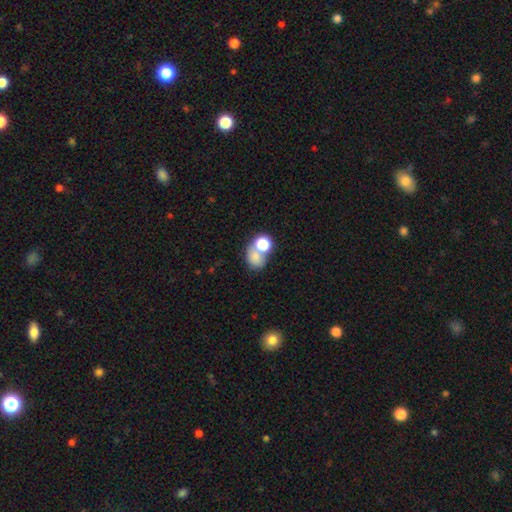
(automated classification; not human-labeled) smooth 72%, star or artifact 16%, featured or disk 12%. Down the decision tree: how rounded — round (53%); merging — merger (48%).